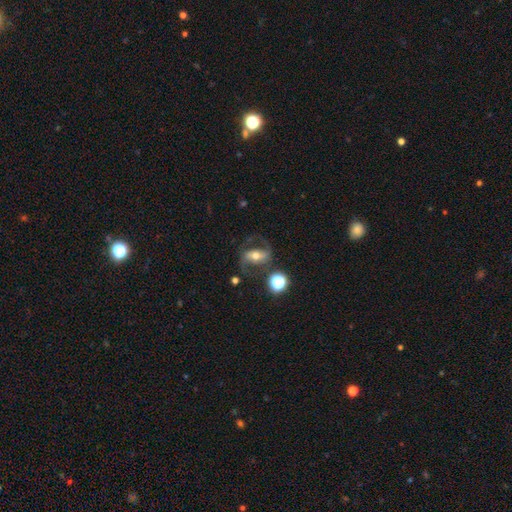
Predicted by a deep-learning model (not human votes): A featured or disk galaxy (74%) with a strong bar (45%), 2 (90%) medium (47%) spiral arms (90%) and a moderate central bulge (64%). Merging: none (67%).